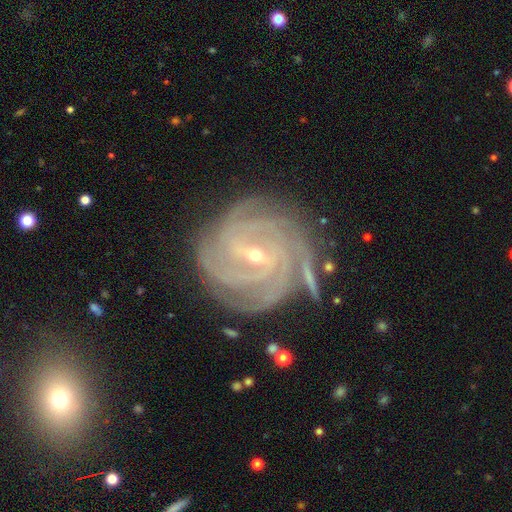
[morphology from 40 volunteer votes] This is clearly a featured or disk galaxy (92%). It is clearly not viewed edge-on (97%). Bar: marginally weak (36%). Spiral arm pattern: clearly yes (100%). Spiral arm count: likely 4 (72%). Spiral winding: clearly tight (81%). Central bulge: likely small (69%). Merging: likely none (72%).